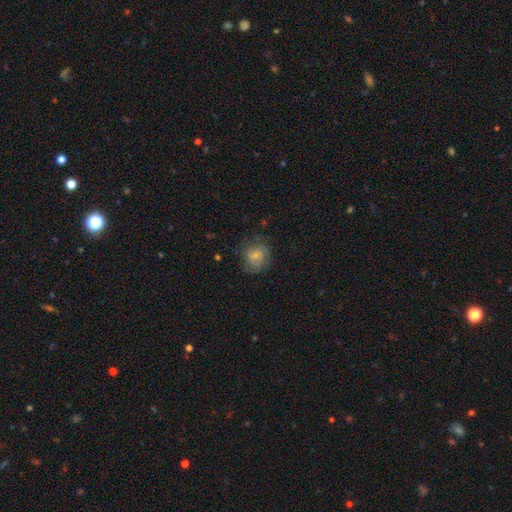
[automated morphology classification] Smooth or featured? Predicted: smooth (p=0.63). How rounded? Predicted: round (p=0.71). Merging? Predicted: none (p=0.63).